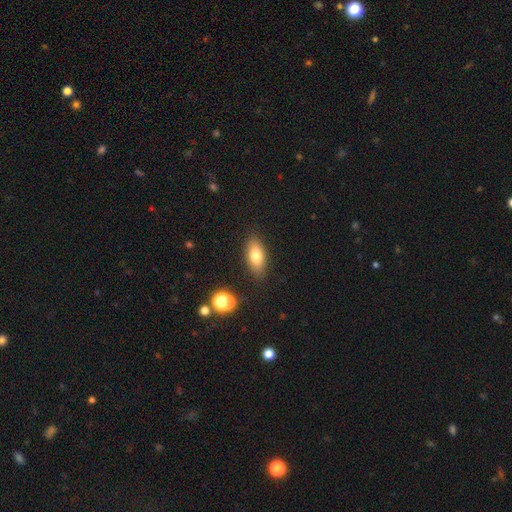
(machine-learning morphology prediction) Smooth or featured: smooth — 75% (featured or disk — 16%)
How rounded: in between — 83% (cigar-shaped — 12%)
Merging: none — 86% (minor disturbance — 10%)